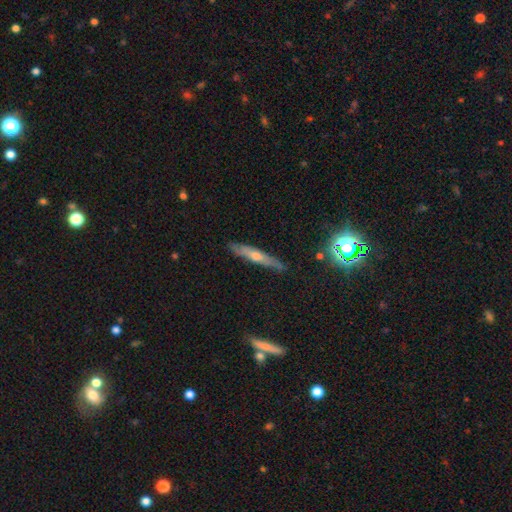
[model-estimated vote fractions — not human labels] Morphology: type=featured or disk (55%); edge-on=yes (87%); merging=none (83%).